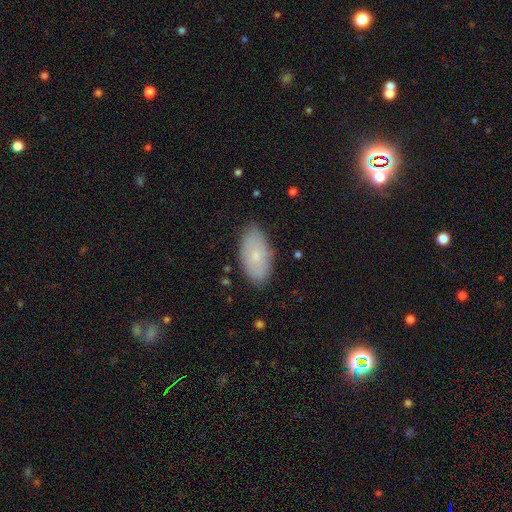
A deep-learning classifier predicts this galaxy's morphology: type=smooth (71%); roundness=in between (94%); merging=none (83%).